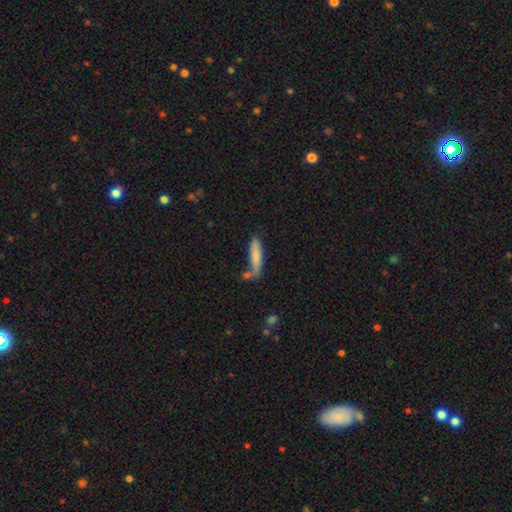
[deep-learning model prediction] Morphology: type=smooth (78%); roundness=cigar-shaped (79%); merging=none (58%).